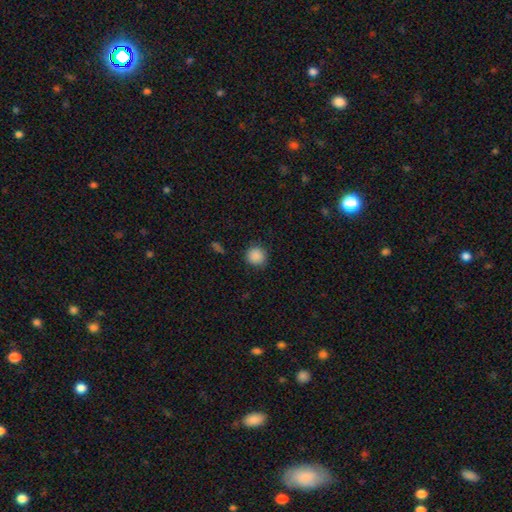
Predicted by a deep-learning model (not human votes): This appears to be a smooth galaxy with no disk features (88%) that is round (92%). Merging: none (88%).